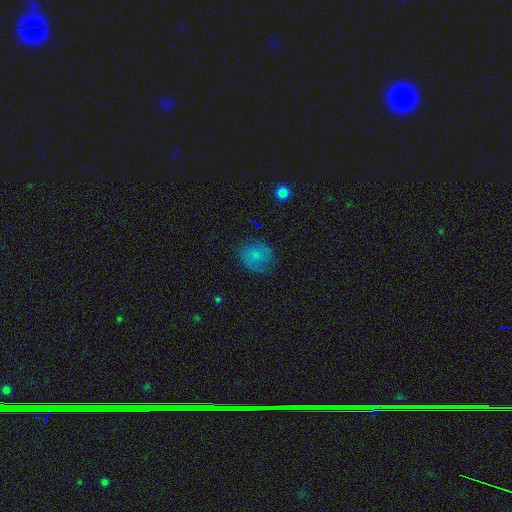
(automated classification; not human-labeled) This appears to be a smooth galaxy with no disk features (75%) that is round (76%). Merging: none (74%).